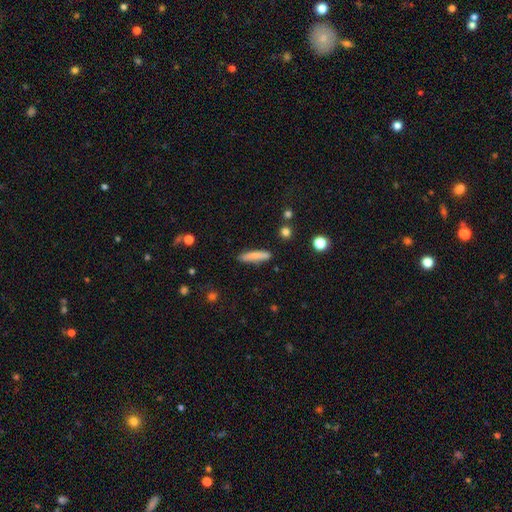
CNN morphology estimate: Smooth or featured? Predicted: smooth (p=0.78). How rounded? Predicted: cigar-shaped (p=0.84). Merging? Predicted: none (p=0.83).